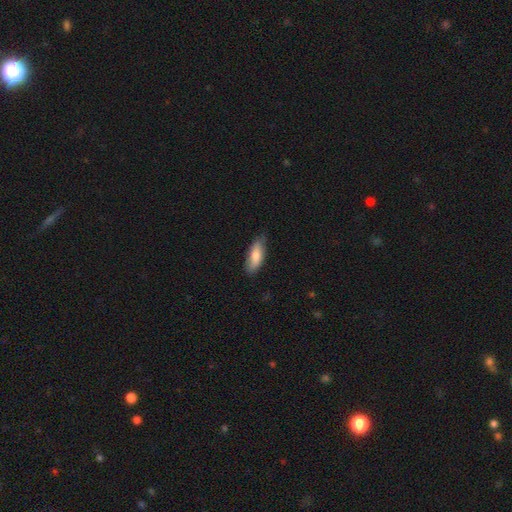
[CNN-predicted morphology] Q: Smooth or featured?
A: smooth (77%); runner-up: featured or disk (18%)
Q: How rounded?
A: in between (68%); runner-up: cigar-shaped (30%)
Q: Merging?
A: none (78%); runner-up: minor disturbance (18%)